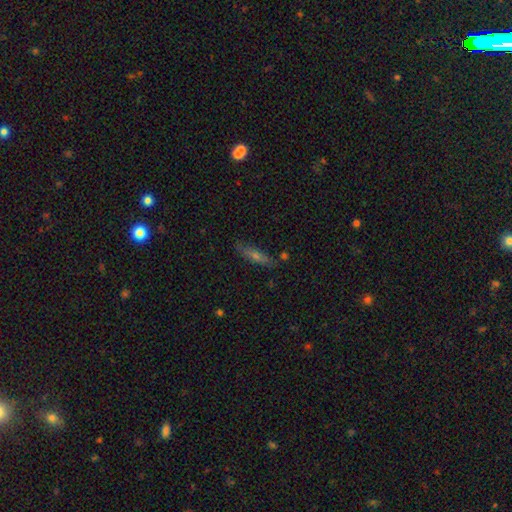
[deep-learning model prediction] Smooth or featured? Predicted: smooth (p=0.46). Merging? Predicted: none (p=0.79).